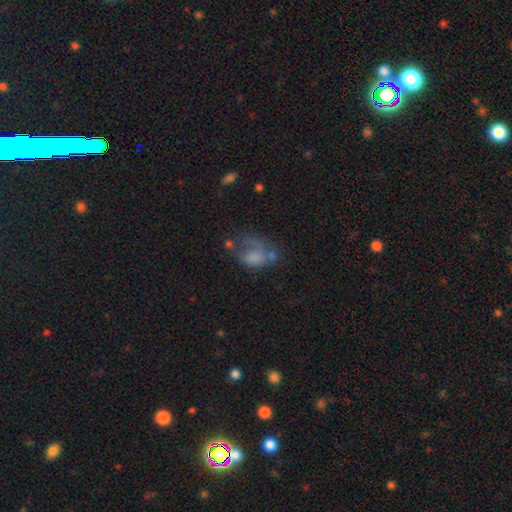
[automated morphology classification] smooth_or_featured: smooth (p=0.51) [alt: featured or disk p=0.36]
how_rounded: in between (p=0.73) [alt: round p=0.25]
merging: major disturbance (p=0.40) [alt: none p=0.25]